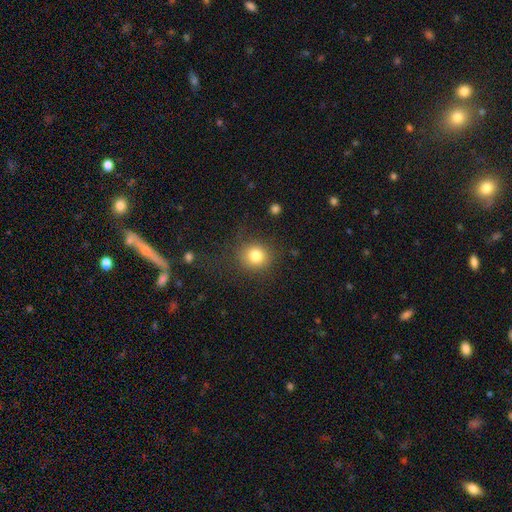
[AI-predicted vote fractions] Smooth or featured? Predicted: smooth (p=0.81). How rounded? Predicted: round (p=0.85). Merging? Predicted: none (p=0.80).